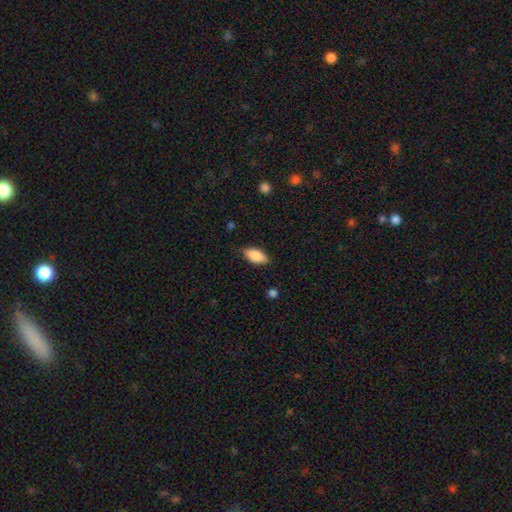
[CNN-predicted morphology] The model was most divided on "merging": none: 81%, minor disturbance: 15%, major disturbance: 3%, merger: 1%. More confident: how rounded — in between (90%); smooth or featured — smooth (86%).